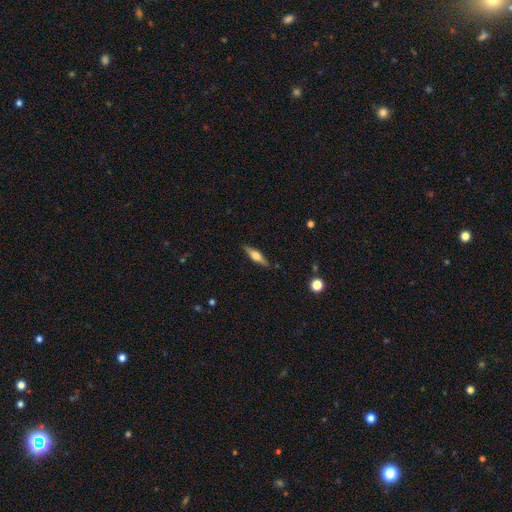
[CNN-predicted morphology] Smooth or featured: featured or disk — 57% (smooth — 37%)
Edge-on disk: yes — 96% (no — 4%)
Edge-on bulge: rounded — 87% (boxy — 10%)
Merging: none — 87% (minor disturbance — 9%)